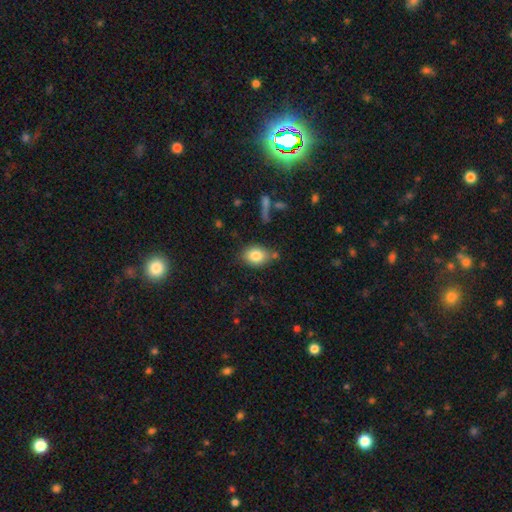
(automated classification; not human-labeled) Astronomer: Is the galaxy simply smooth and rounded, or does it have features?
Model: smooth — 82%.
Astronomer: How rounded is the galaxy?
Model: in between — 70%.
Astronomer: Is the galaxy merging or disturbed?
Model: none — 74%.